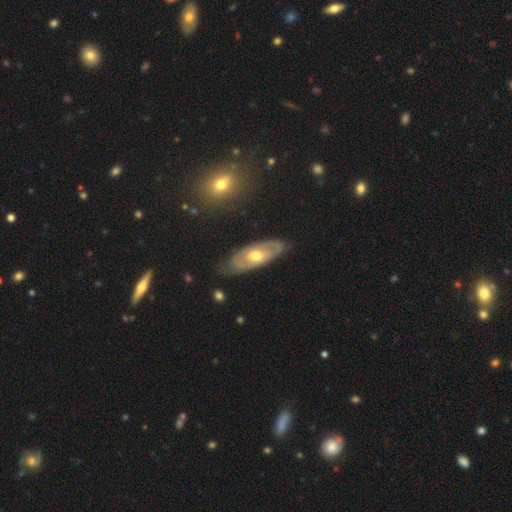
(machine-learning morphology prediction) smooth_or_featured: featured or disk (p=0.65) [alt: smooth p=0.29]
disk_edge_on: no (p=0.80) [alt: yes p=0.20]
bar: no (p=0.76) [alt: weak p=0.20]
has_spiral_arms: yes (p=0.51) [alt: no p=0.49]
bulge_size: moderate (p=0.71) [alt: small p=0.18]
merging: none (p=0.75) [alt: minor disturbance p=0.19]